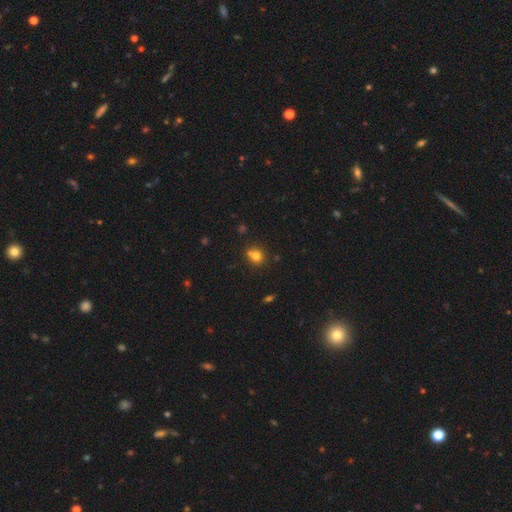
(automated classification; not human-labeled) This is likely a smooth galaxy (76%). How rounded: likely round (80%). Merging: likely none (61%).